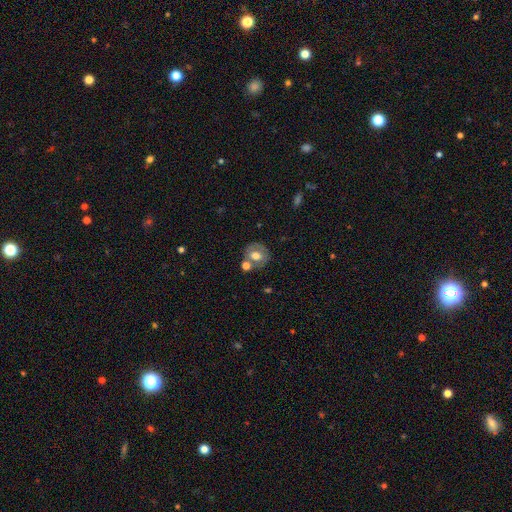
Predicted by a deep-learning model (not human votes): The model was most divided on "smooth or featured": smooth: 55%, featured or disk: 36%, star or artifact: 9%. More confident: how rounded — round (76%); merging — none (60%).